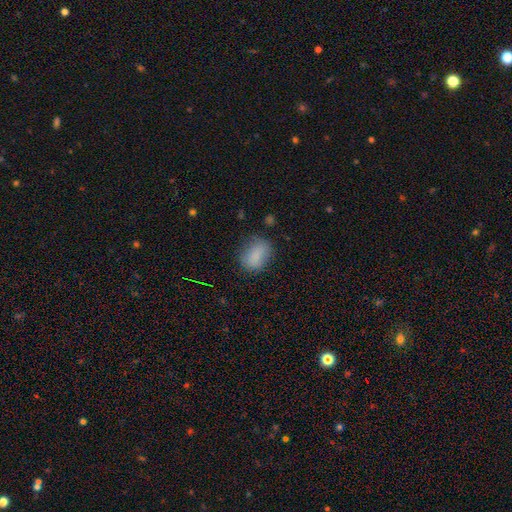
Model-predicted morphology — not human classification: Smooth or featured? Predicted: smooth (p=0.84). How rounded? Predicted: in between (p=0.72). Merging? Predicted: none (p=0.71).